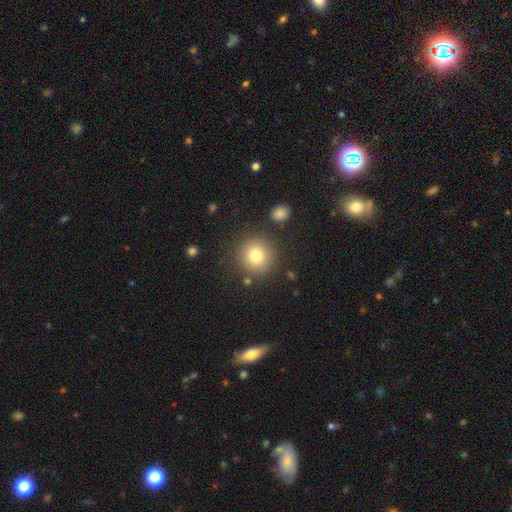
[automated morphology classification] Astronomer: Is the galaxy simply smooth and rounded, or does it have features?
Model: smooth — 79%.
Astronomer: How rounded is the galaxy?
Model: round — 94%.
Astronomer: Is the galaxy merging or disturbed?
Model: none — 85%.